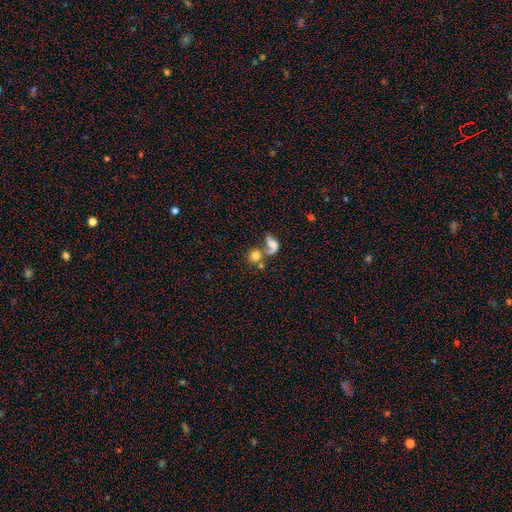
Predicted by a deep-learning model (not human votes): A smooth galaxy with no disk features (69%) that is round (79%).

Vote fractions:
- Smooth or featured? smooth: 69% / featured or disk: 21% / star or artifact: 10%
- How rounded? round: 79% / in between: 19% / cigar-shaped: 2%
- Merging? merger: 49% / none: 34% / major disturbance: 9% / minor disturbance: 8%